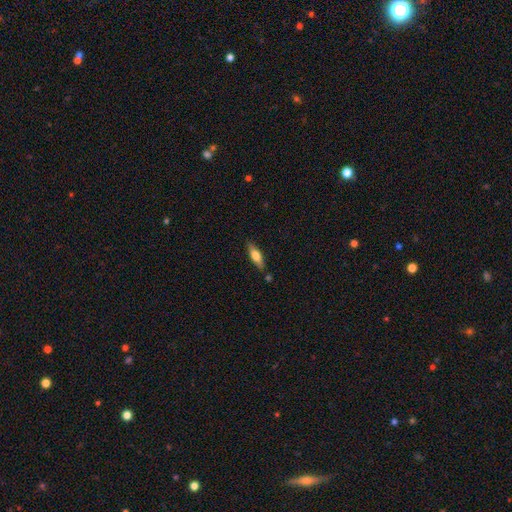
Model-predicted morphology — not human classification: Smooth or featured? smooth (56%)
How rounded? cigar-shaped (52%)
Merging? none (82%)